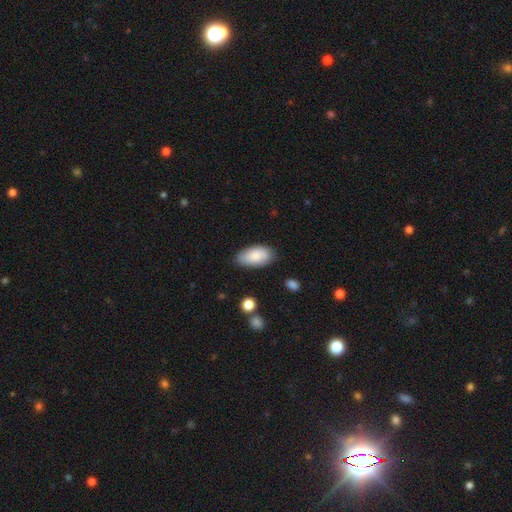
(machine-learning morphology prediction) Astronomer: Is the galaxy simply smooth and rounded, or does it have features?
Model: smooth — 82%.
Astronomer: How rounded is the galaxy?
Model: in between — 94%.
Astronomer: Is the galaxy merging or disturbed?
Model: none — 78%.